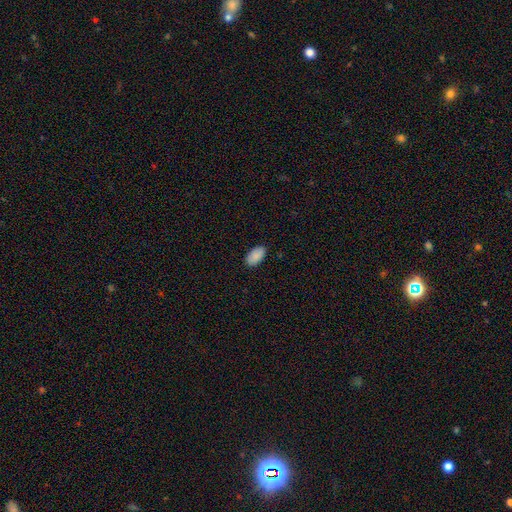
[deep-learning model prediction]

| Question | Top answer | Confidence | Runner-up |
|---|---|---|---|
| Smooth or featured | smooth | 89% | star or artifact (6%) |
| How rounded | in between | 95% | round (3%) |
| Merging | none | 87% | minor disturbance (10%) |